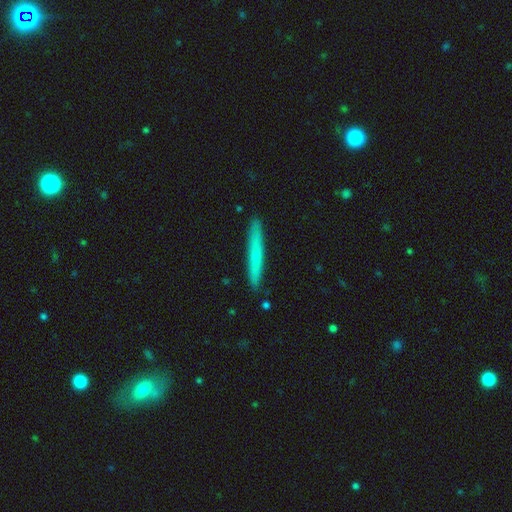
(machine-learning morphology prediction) smooth 67%, featured or disk 27%, star or artifact 6%. Down the decision tree: how rounded — cigar-shaped (96%); merging — none (90%).